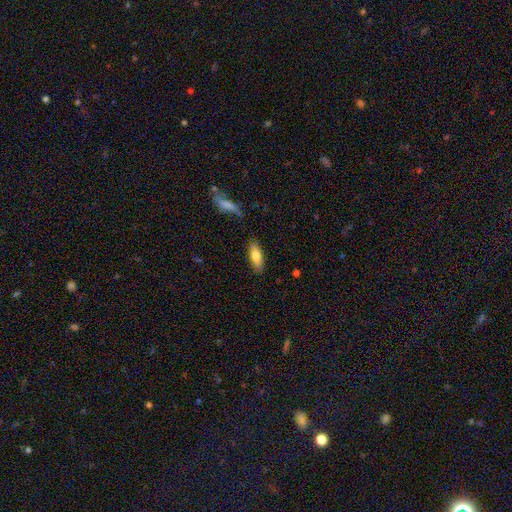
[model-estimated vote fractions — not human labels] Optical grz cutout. It shows a smooth galaxy with no disk features (77%) that is in between round and cigar-shaped (70%). Merging: none (83%).